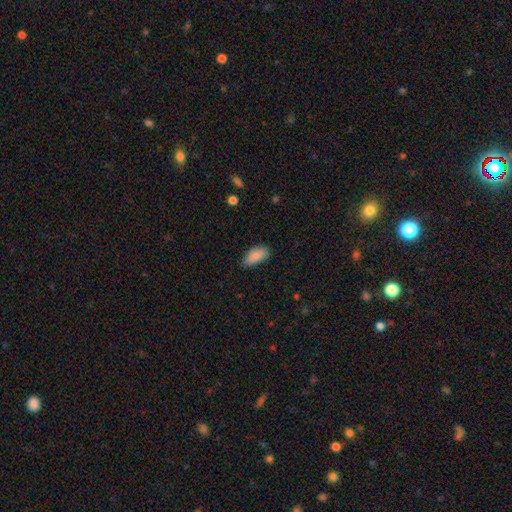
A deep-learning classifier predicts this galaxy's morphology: A smooth galaxy with no disk features (87%) that is in between round and cigar-shaped (91%). Merging: none (64%).